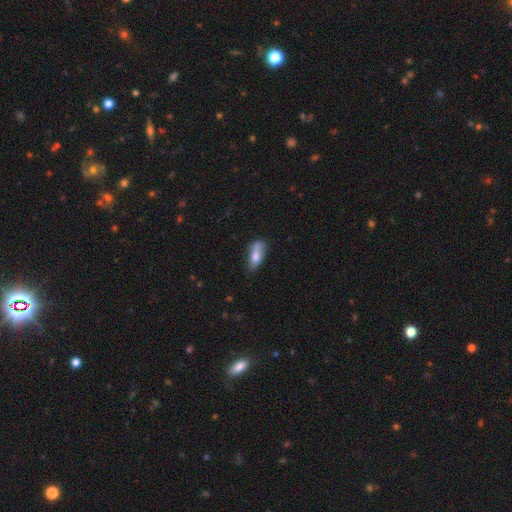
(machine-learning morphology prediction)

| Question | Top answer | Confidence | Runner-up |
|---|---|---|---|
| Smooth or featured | smooth | 73% | featured or disk (19%) |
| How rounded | in between | 73% | cigar-shaped (24%) |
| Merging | none | 52% | minor disturbance (30%) |